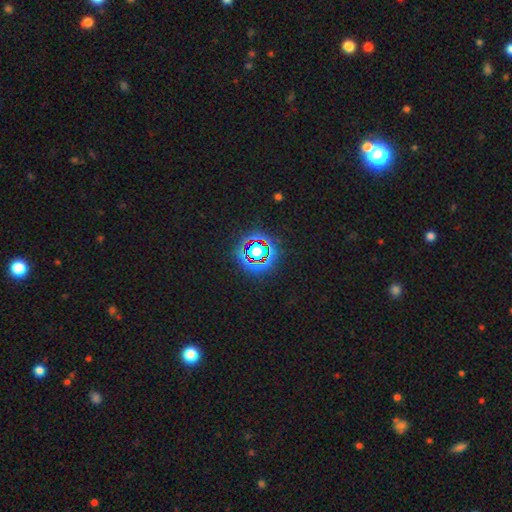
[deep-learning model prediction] smooth_or_featured: star or artifact (p=0.78) [alt: smooth p=0.14]